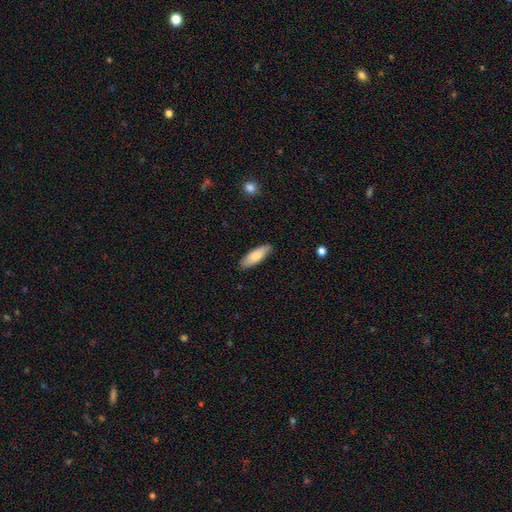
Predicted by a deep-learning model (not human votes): smooth-or-featured: smooth: 82% | featured or disk: 13% | star or artifact: 6%
  how-rounded: in between: 58% | cigar-shaped: 40% | round: 2%
  merging: none: 84% | minor disturbance: 13% | major disturbance: 2% | merger: 1%